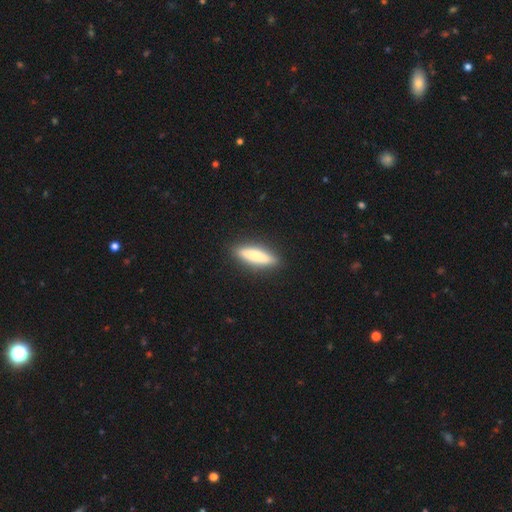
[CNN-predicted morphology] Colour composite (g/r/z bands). It shows a smooth galaxy with no disk features (75%) that is cigar-shaped (72%). Merging: none (90%).